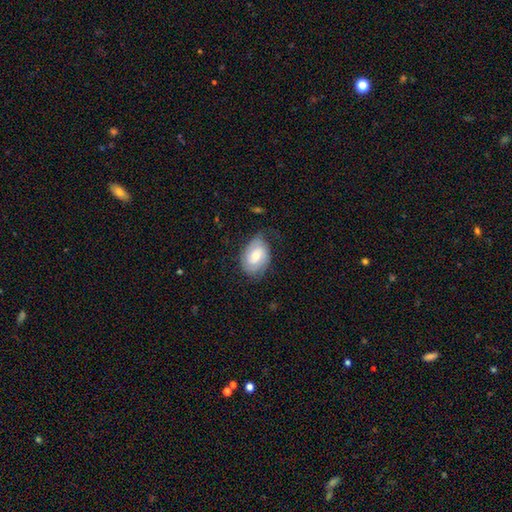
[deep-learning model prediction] A featured or disk galaxy (55%) with no bar (53%), spiral arms (85%) and a moderate central bulge (58%). Merging: none (59%).